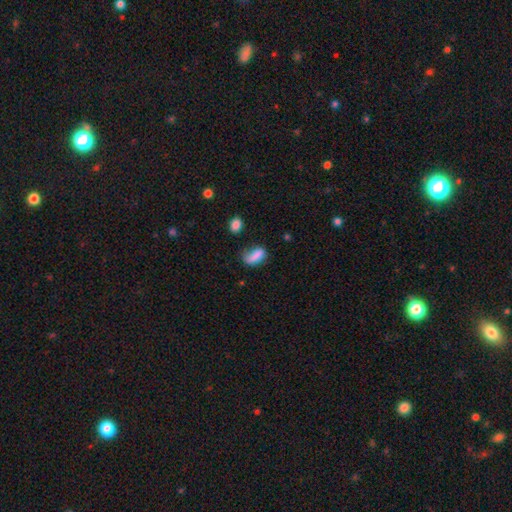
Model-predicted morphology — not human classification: Smooth or featured? Predicted: smooth (p=0.78). How rounded? Predicted: in between (p=0.78). Merging? Predicted: none (p=0.40).